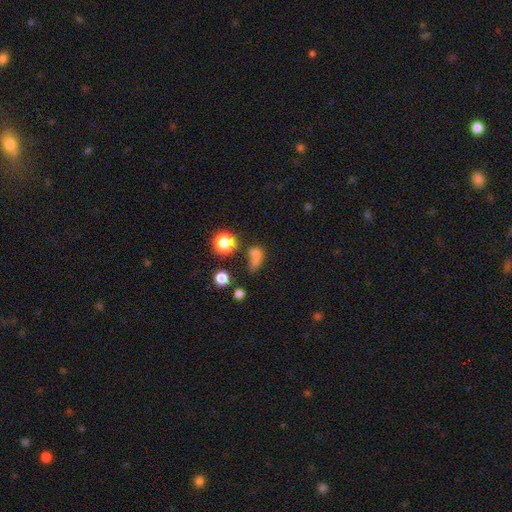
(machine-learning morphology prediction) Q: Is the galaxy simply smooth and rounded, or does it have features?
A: smooth — 63%.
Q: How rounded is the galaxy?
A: in between — 47%.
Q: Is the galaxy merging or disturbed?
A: none — 32%, tied with merger.